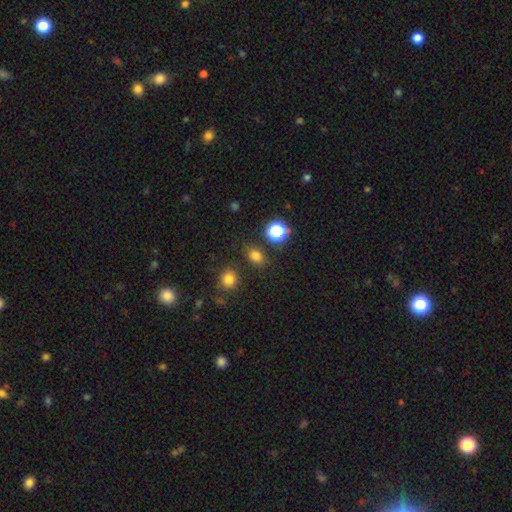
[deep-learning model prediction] smooth_or_featured: smooth (p=0.74) [alt: star or artifact p=0.20]
how_rounded: in between (p=0.54) [alt: round p=0.45]
merging: none (p=0.82) [alt: minor disturbance p=0.10]